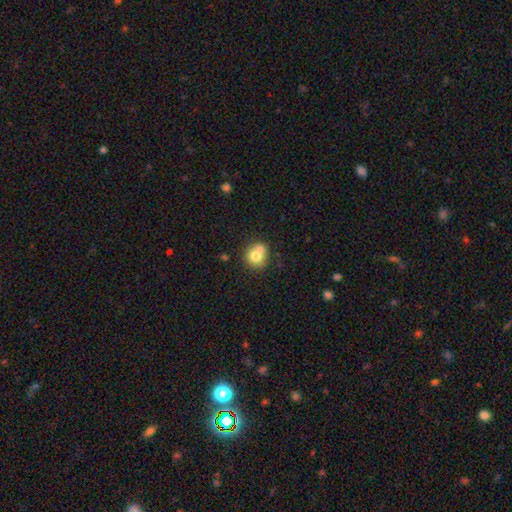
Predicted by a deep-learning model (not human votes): smooth-or-featured: smooth: 73% | featured or disk: 17% | star or artifact: 10%
  how-rounded: round: 83% | in between: 16% | cigar-shaped: 1%
  merging: none: 49% | merger: 36% | minor disturbance: 12% | major disturbance: 4%